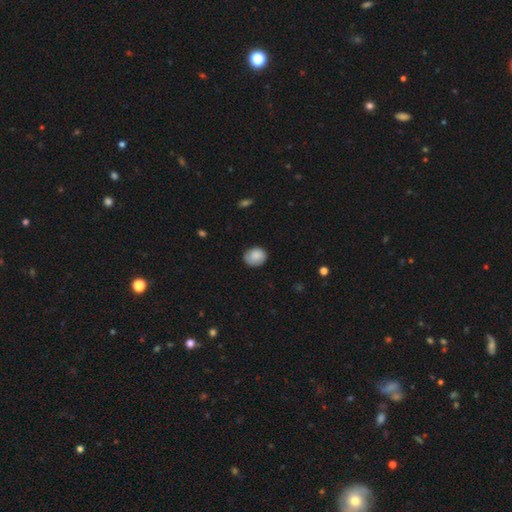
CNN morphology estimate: This is clearly a smooth galaxy (83%). How rounded: possibly round (56%). Merging: likely none (76%).